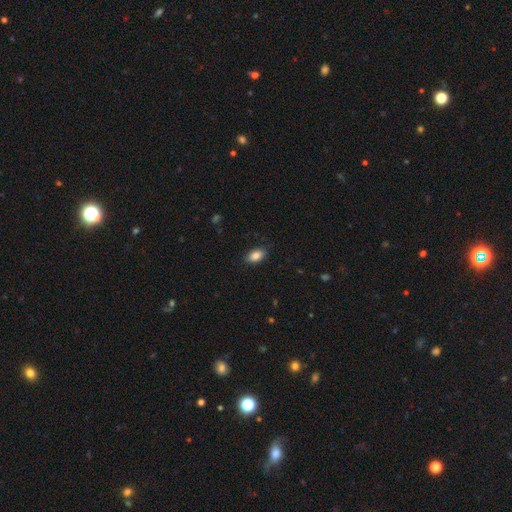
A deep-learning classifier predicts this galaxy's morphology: smooth 86%, star or artifact 8%, featured or disk 6%. Down the decision tree: how rounded — in between (91%); merging — none (85%).